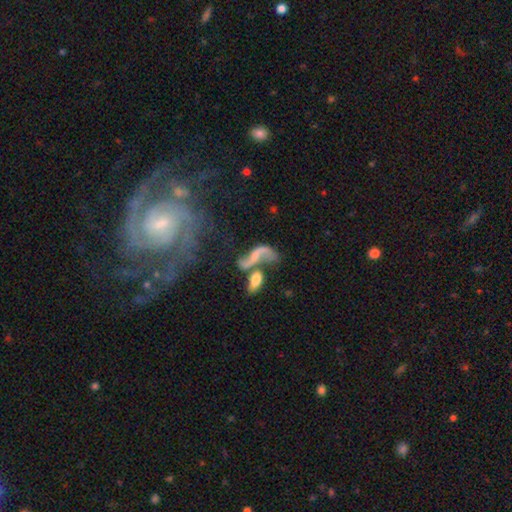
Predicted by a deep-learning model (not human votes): Smooth or featured: featured or disk — 66% (smooth — 24%)
Edge-on disk: no — 93% (yes — 7%)
Bar: no — 55% (weak — 33%)
Spiral arms: yes — 80% (no — 20%)
Bulge size: small — 39% (none — 34%)
Merging: merger — 45% (none — 27%)